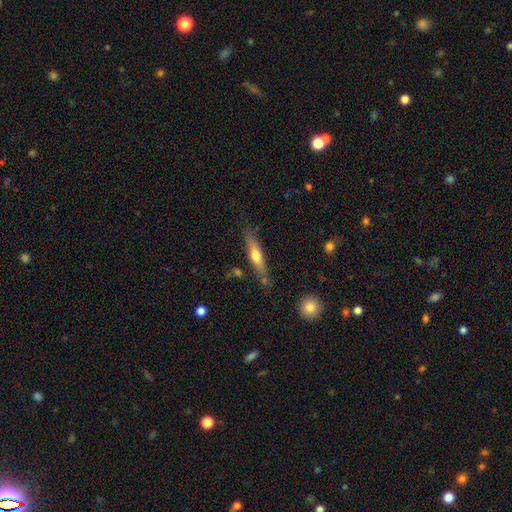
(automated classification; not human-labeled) Morphology: type=smooth (51%); roundness=cigar-shaped (80%); merging=none (75%).